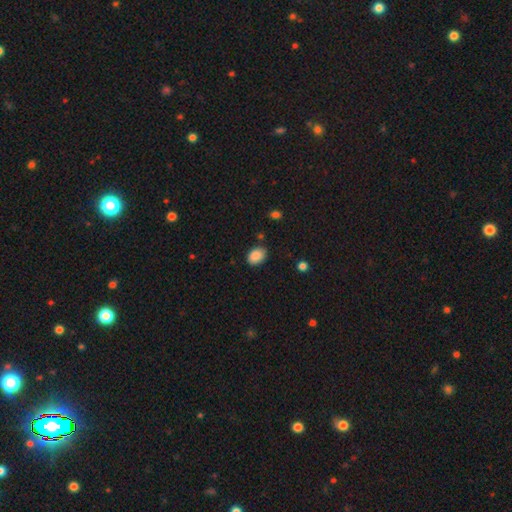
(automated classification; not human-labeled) smooth-or-featured: smooth: 87% | star or artifact: 8% | featured or disk: 5%
  how-rounded: in between: 77% | round: 23% | cigar-shaped: 1%
  merging: none: 81% | minor disturbance: 14% | major disturbance: 3% | merger: 2%